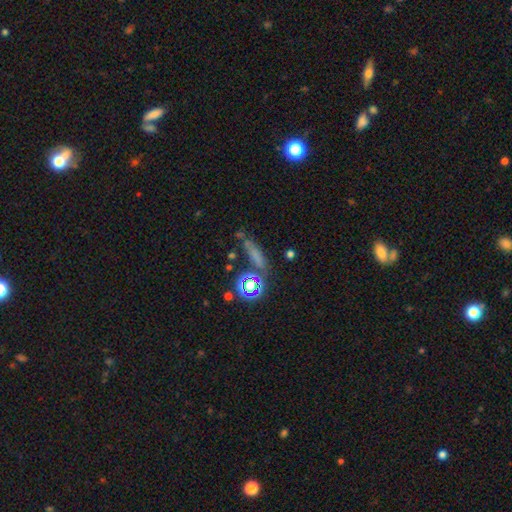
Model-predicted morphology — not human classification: This is possibly a smooth galaxy (54%). How rounded: likely cigar-shaped (63%). Merging: likely none (64%).